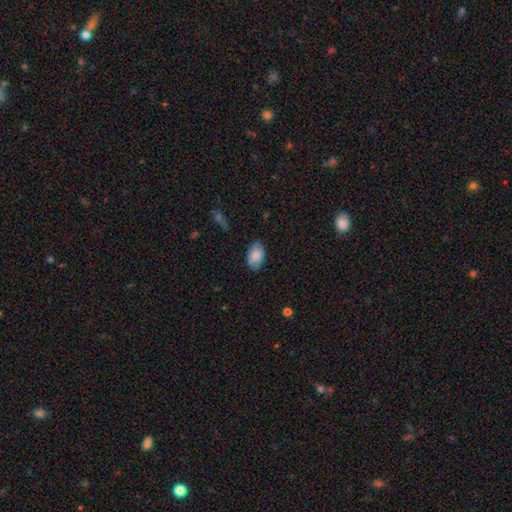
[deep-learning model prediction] This appears to be a smooth galaxy with no disk features (81%) that is in between round and cigar-shaped (93%). Merging: none (81%).